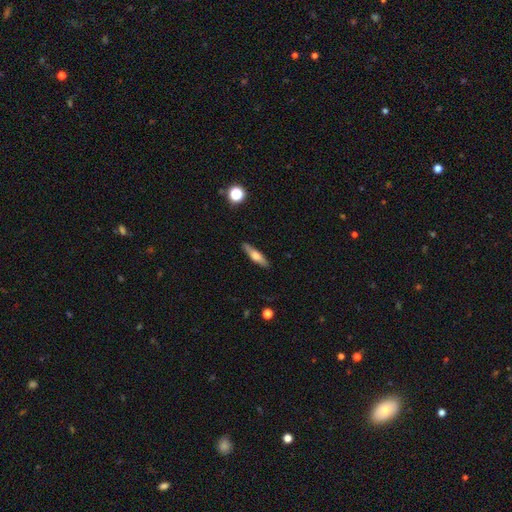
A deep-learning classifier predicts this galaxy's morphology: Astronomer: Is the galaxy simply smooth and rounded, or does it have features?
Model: smooth — 51% (runner-up: featured or disk, 42%).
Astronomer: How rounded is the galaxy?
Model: cigar-shaped — 78%.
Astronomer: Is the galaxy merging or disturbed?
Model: none — 89%.